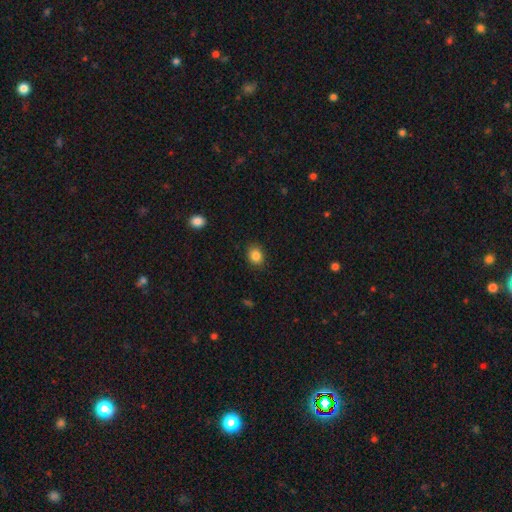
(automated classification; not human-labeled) Smooth or featured? Predicted: smooth (p=0.85). How rounded? Predicted: round (p=0.56). Merging? Predicted: none (p=0.87).